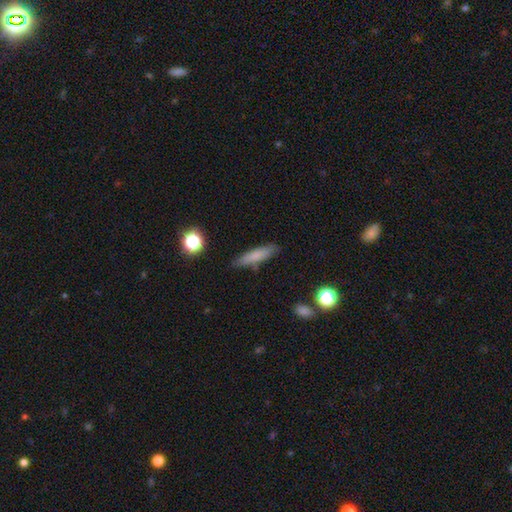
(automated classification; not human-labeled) A smooth galaxy with no disk features (76%) that is cigar-shaped (80%). Merging: none (83%).